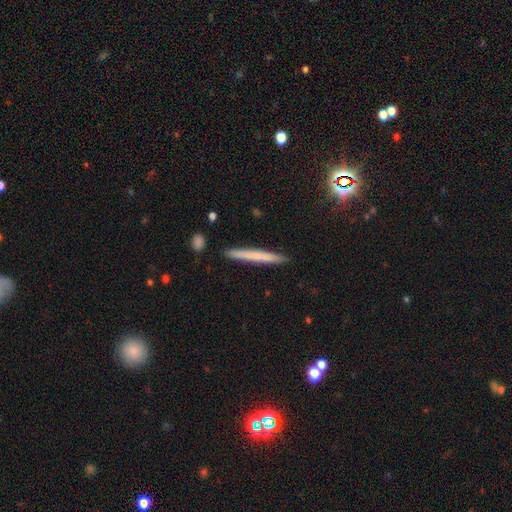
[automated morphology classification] Smooth or featured: smooth — 65% (featured or disk — 28%)
How rounded: cigar-shaped — 97% (in between — 2%)
Merging: none — 91% (minor disturbance — 7%)